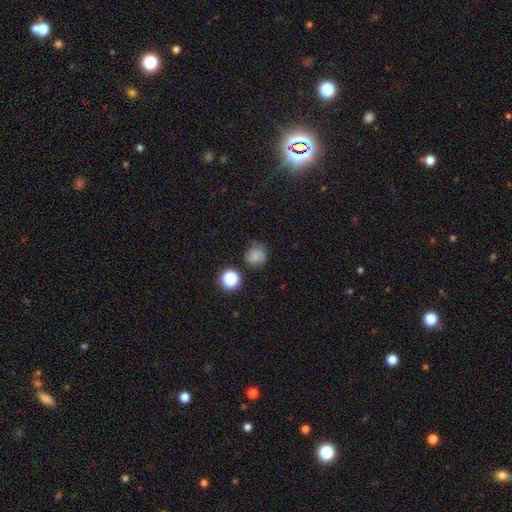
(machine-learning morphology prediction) This appears to be a smooth galaxy with no disk features (76%) that is round (89%). Merging: none (72%).